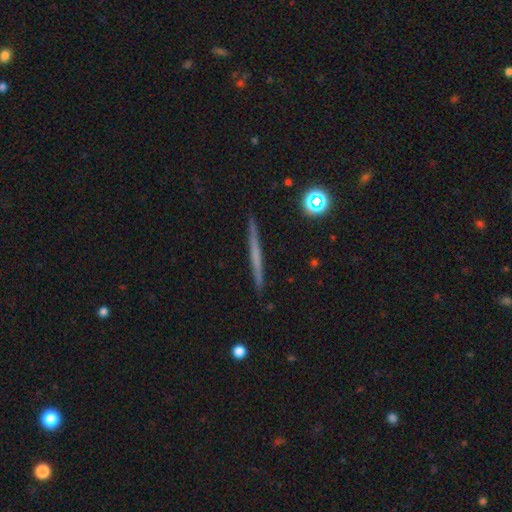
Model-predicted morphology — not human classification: Overall: featured or disk (53%; smooth 41%). Edge-on disk: yes (97%). Edge-on bulge: none (89%). Merging: none (92%).